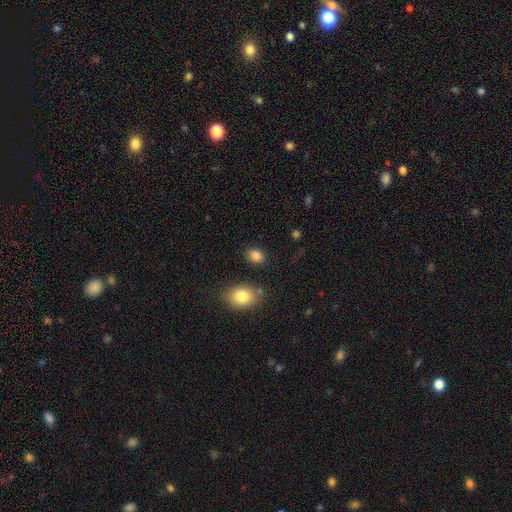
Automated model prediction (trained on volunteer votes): Smooth or featured?
  - smooth: 85% *
  - star or artifact: 10%
  - featured or disk: 5%
How rounded?
  - in between: 62% *
  - round: 36%
  - cigar-shaped: 1%
Merging?
  - none: 83% *
  - minor disturbance: 10%
  - merger: 4%
  - major disturbance: 3%